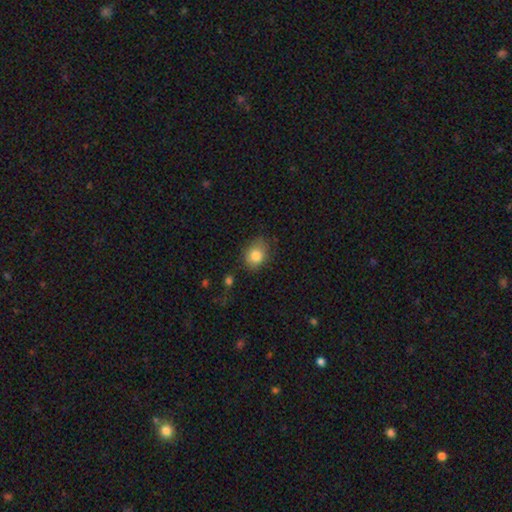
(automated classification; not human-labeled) Q: Smooth or featured?
A: smooth (83%); runner-up: star or artifact (9%)
Q: How rounded?
A: in between (54%); runner-up: round (45%)
Q: Merging?
A: none (73%); runner-up: minor disturbance (19%)